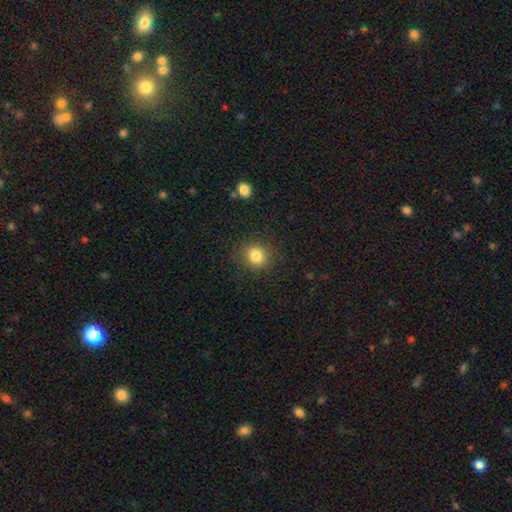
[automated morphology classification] smooth_or_featured: smooth (p=0.84) [alt: star or artifact p=0.11]
how_rounded: round (p=0.81) [alt: in between p=0.18]
merging: none (p=0.87) [alt: minor disturbance p=0.09]